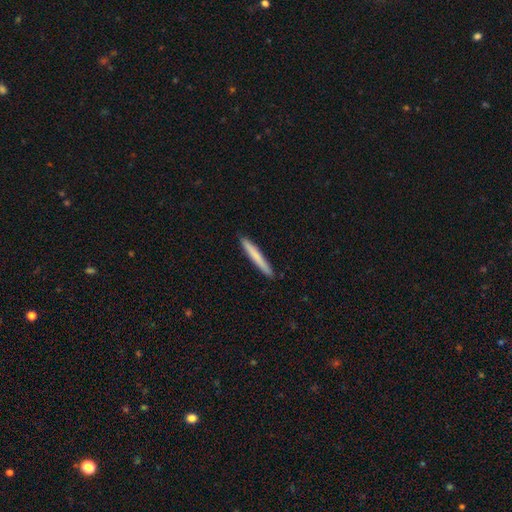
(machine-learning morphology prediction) This appears to be a smooth galaxy with no disk features (72%) that is cigar-shaped (97%). Merging: none (92%).